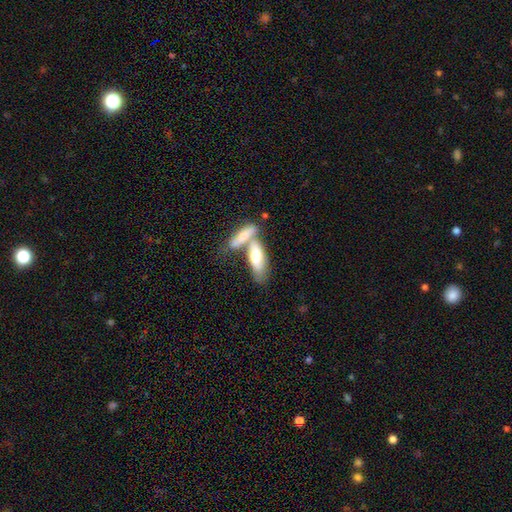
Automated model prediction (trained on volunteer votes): This is likely a smooth galaxy (68%). How rounded: likely in between (63%). Merging: possibly merger (58%).